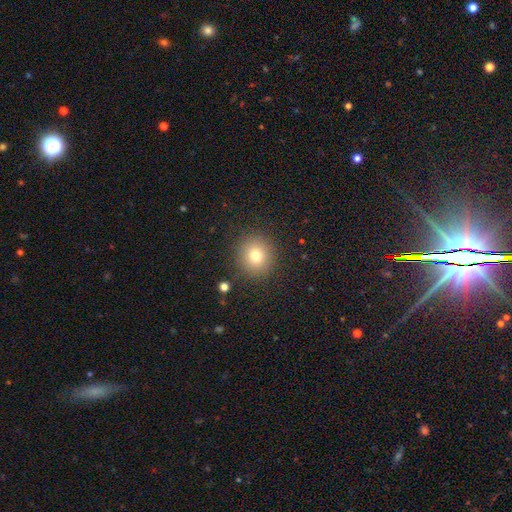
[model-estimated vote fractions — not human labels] Smooth or featured? Predicted: smooth (p=0.77). How rounded? Predicted: round (p=0.88). Merging? Predicted: none (p=0.89).